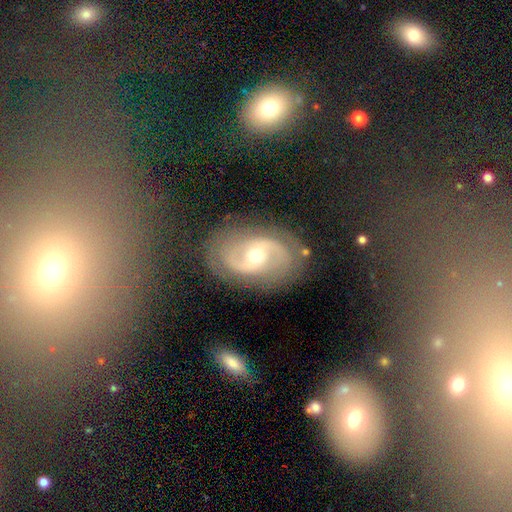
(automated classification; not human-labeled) The model was most divided on "bar": weak: 44%, no: 37%, strong: 19%. Remaining: edge-on disk — no (96%); spiral arms — yes (89%); spiral arm count — 2 (84%); smooth or featured — featured or disk (83%); merging — none (77%); bulge size — moderate (62%); spiral winding — medium (44%).